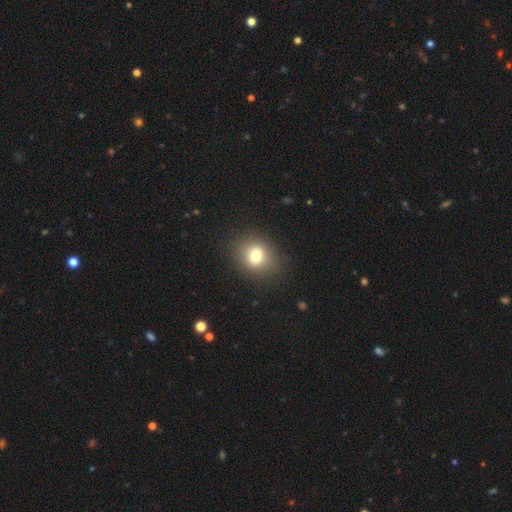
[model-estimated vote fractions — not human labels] smooth_or_featured: smooth (p=0.77) [alt: star or artifact p=0.12]
how_rounded: round (p=0.61) [alt: in between p=0.38]
merging: none (p=0.86) [alt: minor disturbance p=0.09]